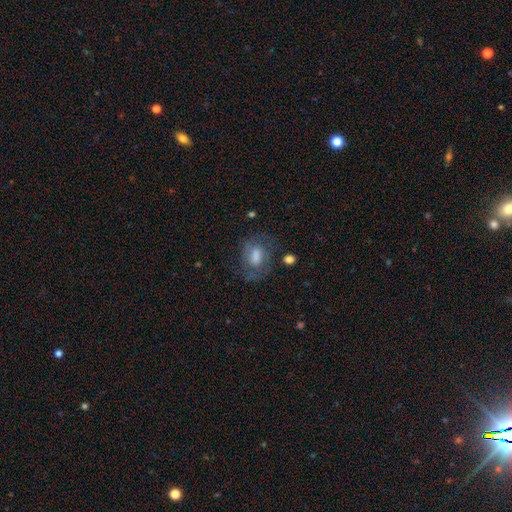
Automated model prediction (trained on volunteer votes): The model was most divided on "smooth or featured": featured or disk: 46%, smooth: 43%, star or artifact: 11%. More confident: merging — none (63%).